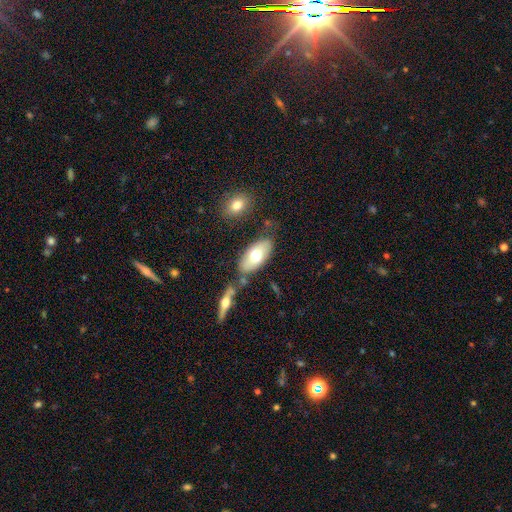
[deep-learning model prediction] smooth_or_featured: smooth (p=0.65) [alt: featured or disk p=0.28]
how_rounded: in between (p=0.90) [alt: cigar-shaped p=0.07]
merging: none (p=0.72) [alt: minor disturbance p=0.15]